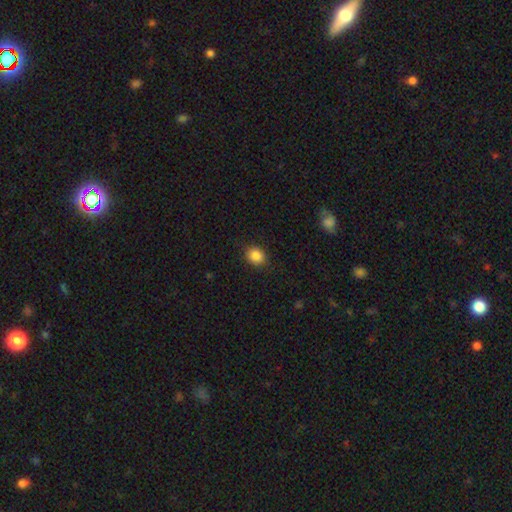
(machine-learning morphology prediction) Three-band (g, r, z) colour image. It shows a smooth galaxy with no disk features (86%) that is round (62%). Merging: none (88%).